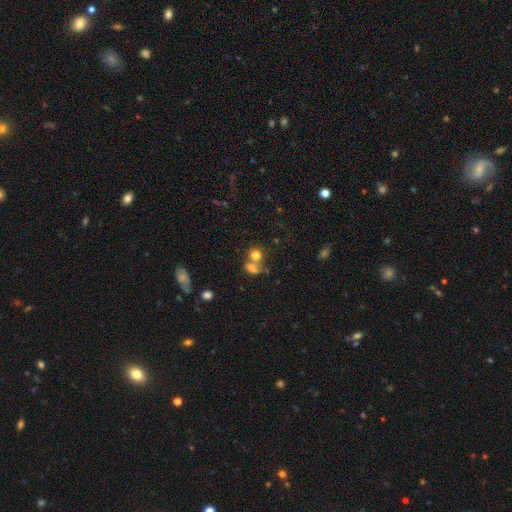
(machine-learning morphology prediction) This appears to be a smooth galaxy with no disk features (76%) that is round (68%). Merging: merger (43%).